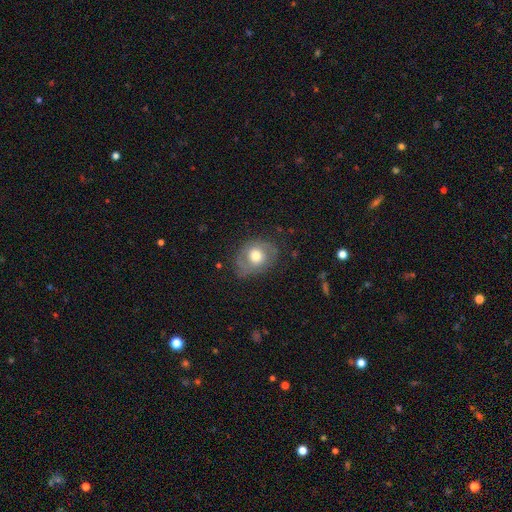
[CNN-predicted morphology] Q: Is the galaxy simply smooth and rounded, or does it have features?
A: smooth — 49%.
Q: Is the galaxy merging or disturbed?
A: none — 66%.